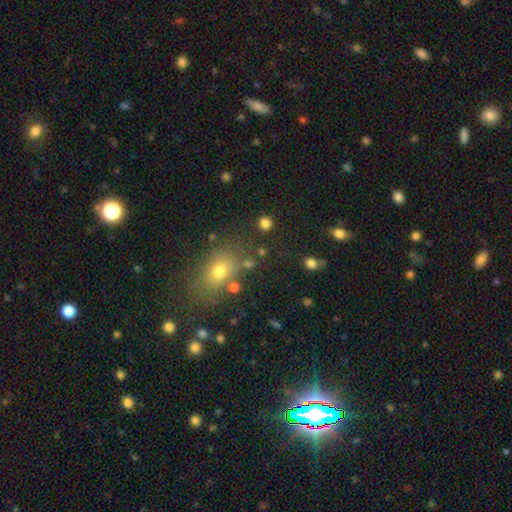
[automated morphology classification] Smooth or featured? Predicted: smooth (p=0.52). How rounded? Predicted: in between (p=0.59). Merging? Predicted: none (p=0.77).